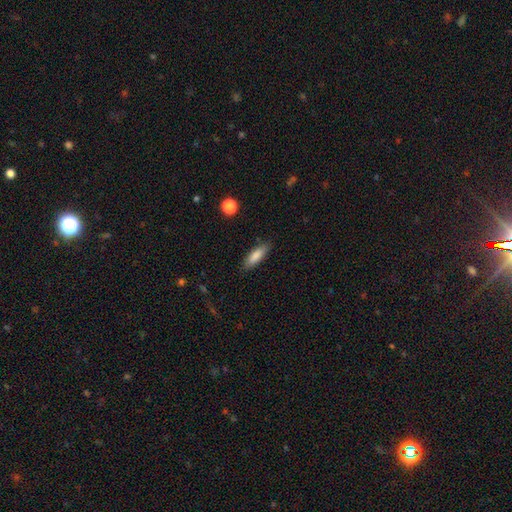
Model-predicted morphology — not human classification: smooth 83%, featured or disk 10%, star or artifact 7%. Down the decision tree: how rounded — cigar-shaped (51%); merging — none (83%).